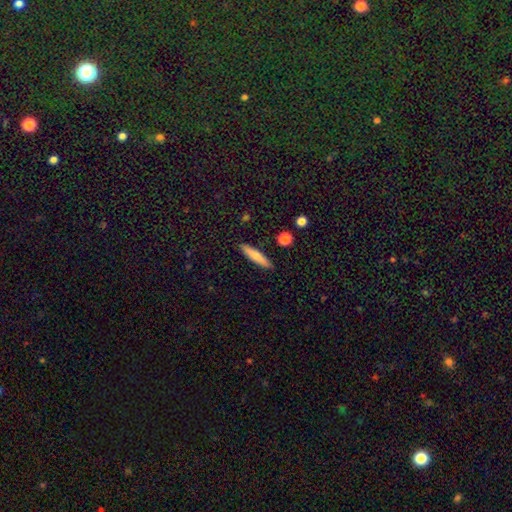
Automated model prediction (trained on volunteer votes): Smooth or featured? smooth (72%)
How rounded? cigar-shaped (86%)
Merging? none (89%)